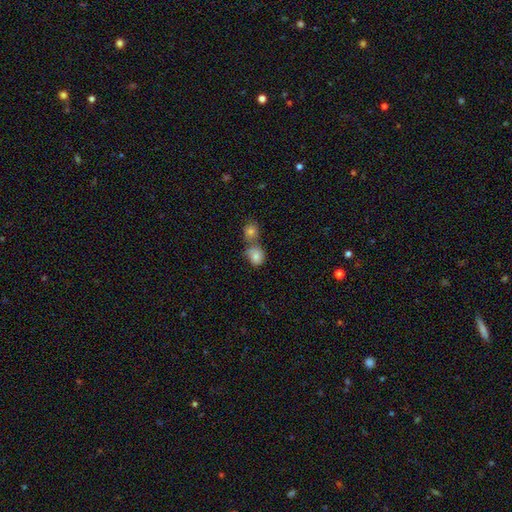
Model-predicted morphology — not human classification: The model was most divided on "merging": merger: 47%, none: 35%, minor disturbance: 12%, major disturbance: 5%. More confident: smooth or featured — smooth (77%); how rounded — round (66%).